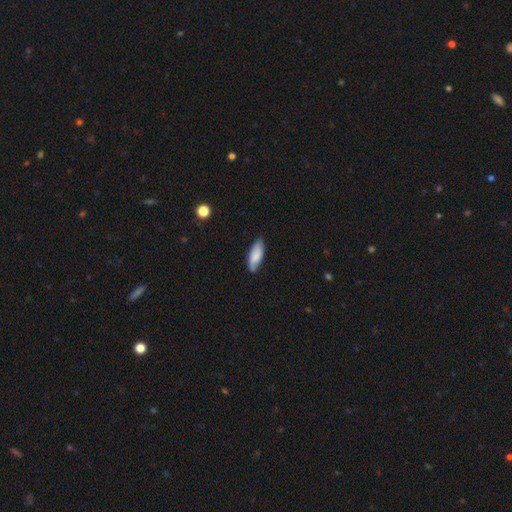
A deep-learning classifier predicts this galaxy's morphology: Smooth or featured? Predicted: smooth (p=0.77). How rounded? Predicted: in between (p=0.74). Merging? Predicted: none (p=0.73).